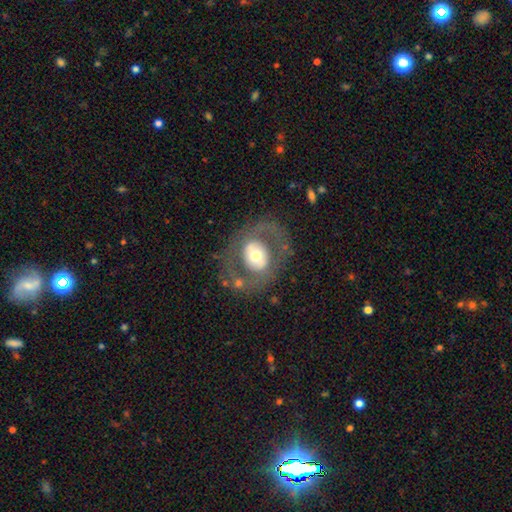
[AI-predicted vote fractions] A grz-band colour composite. It shows a featured or disk galaxy (58%) with no bar (72%), no spiral arms (75%) and a moderate central bulge (61%). Merging: none (71%).